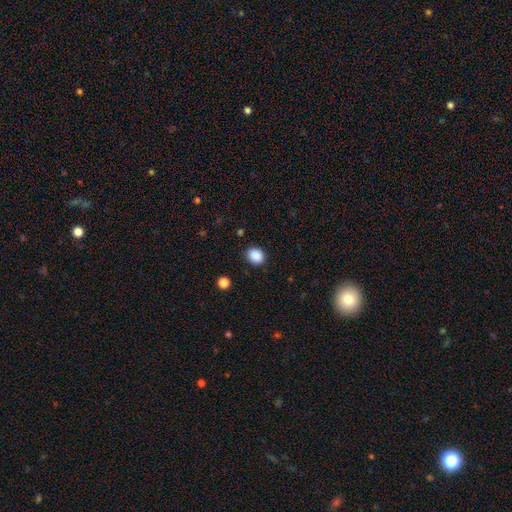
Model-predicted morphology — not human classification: The model was most divided on "how rounded": round: 57%, in between: 42%, cigar-shaped: 1%. More confident: smooth or featured — smooth (88%); merging — none (87%).